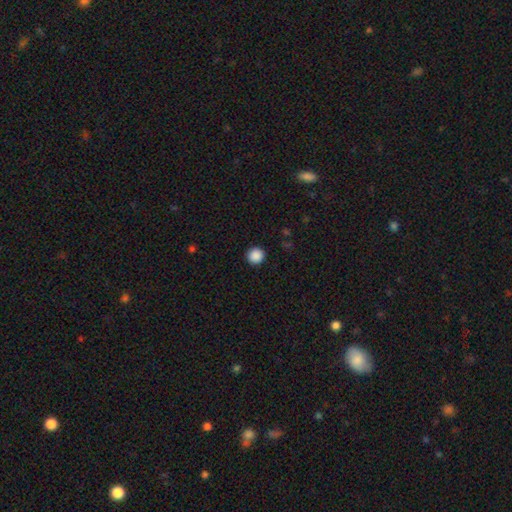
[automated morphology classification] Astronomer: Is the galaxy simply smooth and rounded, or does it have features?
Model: smooth — 89%.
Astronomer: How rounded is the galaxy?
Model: round — 95%.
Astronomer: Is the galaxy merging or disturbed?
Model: none — 93%.